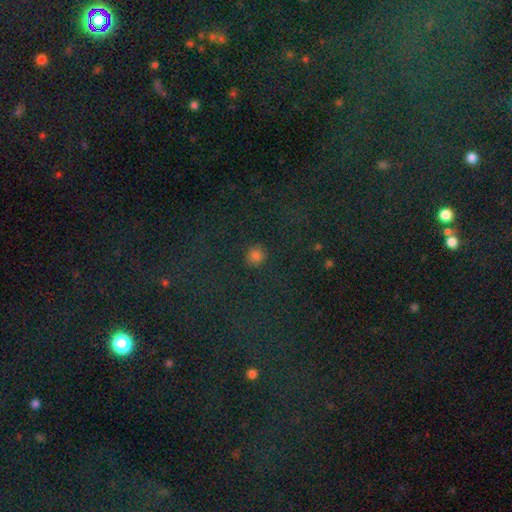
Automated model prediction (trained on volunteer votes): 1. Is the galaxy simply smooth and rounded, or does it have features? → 78% smooth, 17% star or artifact, 5% featured or disk.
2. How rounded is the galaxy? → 90% round, 9% in between, 1% cigar-shaped.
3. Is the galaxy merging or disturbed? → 89% none, 7% minor disturbance, 3% major disturbance, 1% merger.